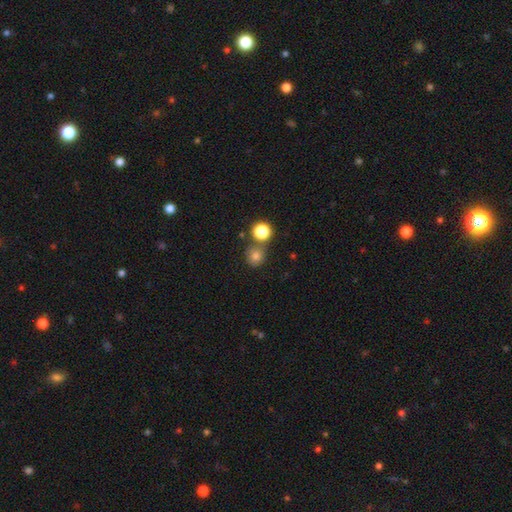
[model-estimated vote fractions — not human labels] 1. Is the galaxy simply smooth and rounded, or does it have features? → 77% smooth, 16% star or artifact, 7% featured or disk.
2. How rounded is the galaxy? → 87% round, 12% in between, 1% cigar-shaped.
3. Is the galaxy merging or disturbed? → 68% none, 20% merger, 9% minor disturbance, 3% major disturbance.